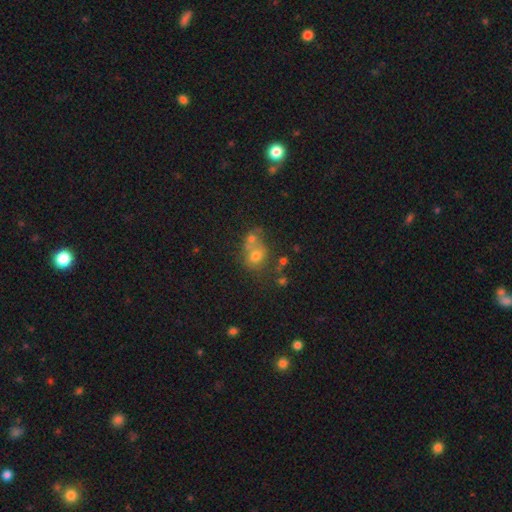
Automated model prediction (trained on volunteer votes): A smooth galaxy with no disk features (64%) that is round (59%). Merging: merger (52%).